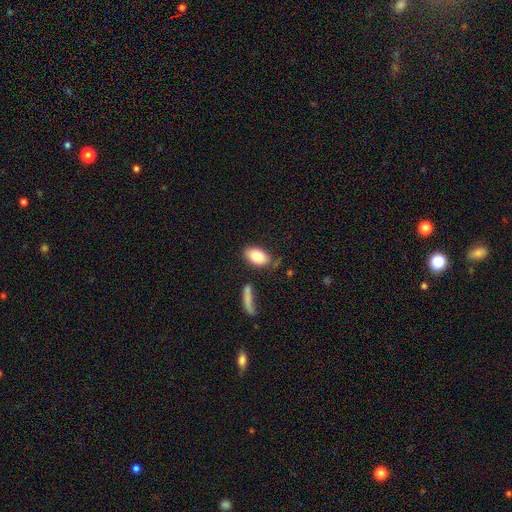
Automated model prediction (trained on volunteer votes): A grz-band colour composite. It shows a smooth galaxy with no disk features (83%) that is in between round and cigar-shaped (92%). Merging: none (71%).